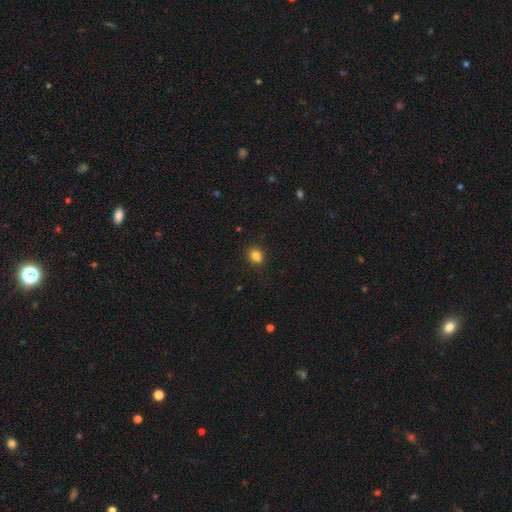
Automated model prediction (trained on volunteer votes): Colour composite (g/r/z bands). It shows a smooth galaxy with no disk features (81%) that is round (74%). Merging: none (77%).